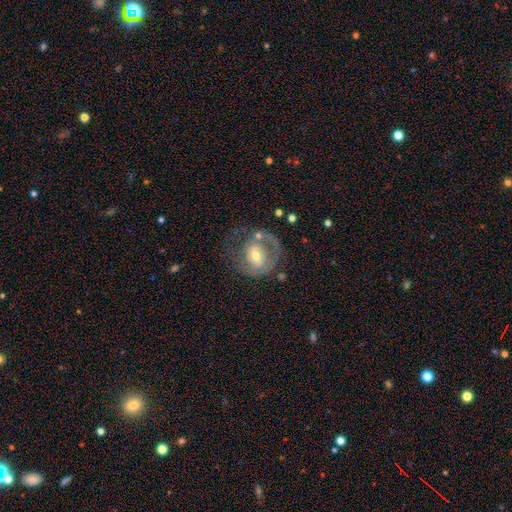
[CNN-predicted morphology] Q: Smooth or featured?
A: featured or disk (66%); runner-up: smooth (28%)
Q: Edge-on disk?
A: no (96%); runner-up: yes (4%)
Q: Bar?
A: no (56%); runner-up: weak (33%)
Q: Spiral arms?
A: yes (57%); runner-up: no (43%)
Q: Bulge size?
A: moderate (59%); runner-up: small (34%)
Q: Merging?
A: none (44%); runner-up: major disturbance (28%)